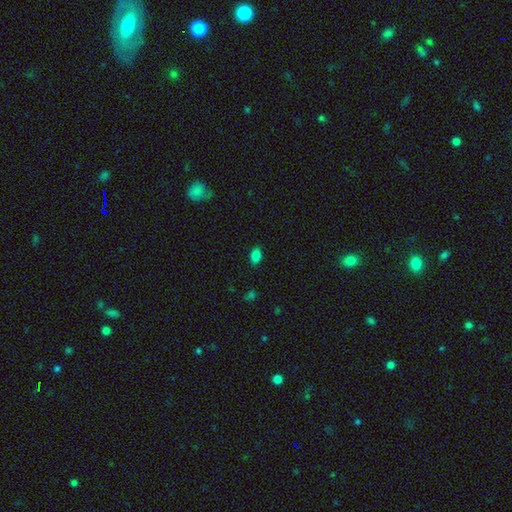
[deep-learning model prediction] Smooth or featured? smooth (83%)
How rounded? in between (88%)
Merging? none (85%)